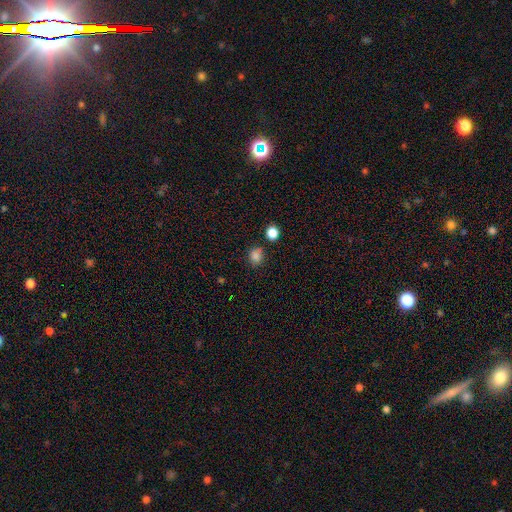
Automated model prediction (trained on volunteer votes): Smooth or featured: smooth — 82% (star or artifact — 14%)
How rounded: round — 68% (in between — 31%)
Merging: none — 74% (minor disturbance — 15%)